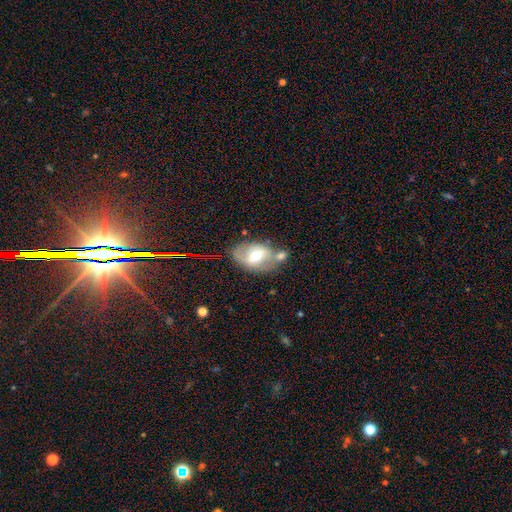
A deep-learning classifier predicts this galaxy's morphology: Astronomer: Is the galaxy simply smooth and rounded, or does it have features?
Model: featured or disk — 49% (runner-up: smooth, 43%).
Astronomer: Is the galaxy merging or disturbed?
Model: none — 50%.